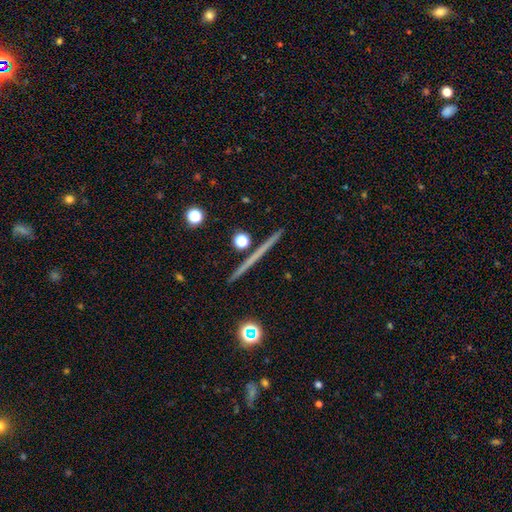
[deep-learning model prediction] Smooth or featured? featured or disk (64%)
Edge-on disk? yes (98%)
Edge-on bulge? none (79%)
Merging? none (92%)